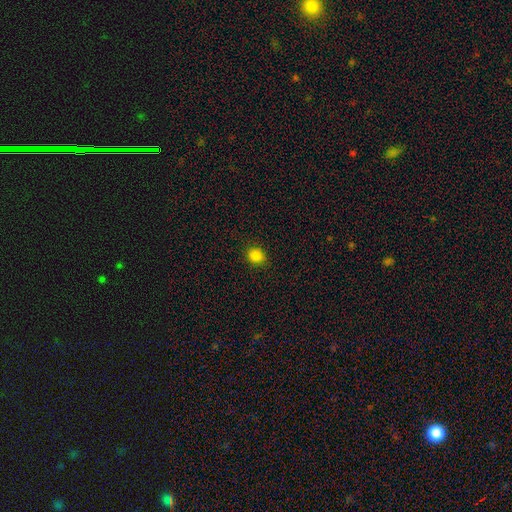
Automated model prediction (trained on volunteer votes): A smooth galaxy with no disk features (84%) that is round (71%).

Vote fractions:
- Smooth or featured? smooth: 84% / star or artifact: 12% / featured or disk: 3%
- How rounded? round: 71% / in between: 28% / cigar-shaped: 1%
- Merging? none: 89% / minor disturbance: 7% / major disturbance: 2% / merger: 1%